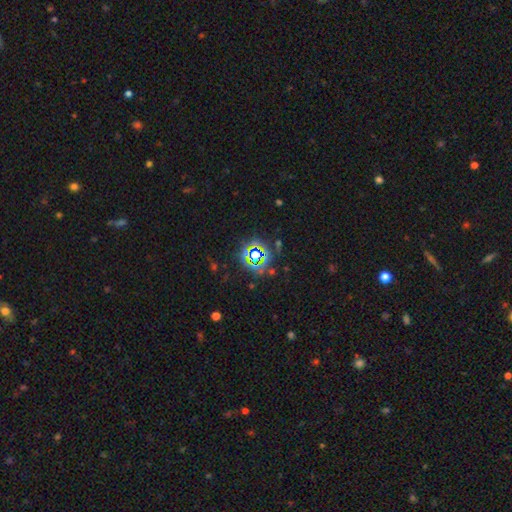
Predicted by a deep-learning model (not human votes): smooth-or-featured: star or artifact: 75% | smooth: 16% | featured or disk: 9%